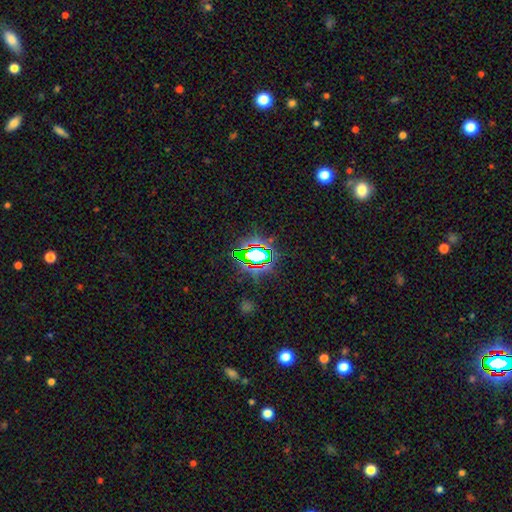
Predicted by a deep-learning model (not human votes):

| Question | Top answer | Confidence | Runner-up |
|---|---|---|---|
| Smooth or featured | star or artifact | 67% | smooth (21%) |